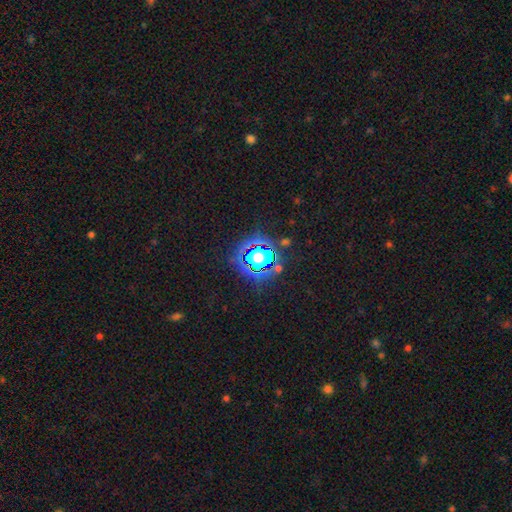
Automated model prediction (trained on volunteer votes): Smooth or featured: star or artifact — 80% (smooth — 13%)